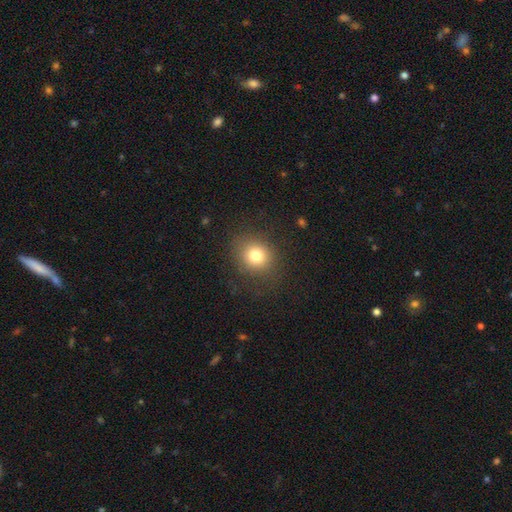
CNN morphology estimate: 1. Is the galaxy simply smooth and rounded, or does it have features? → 78% smooth, 13% star or artifact, 9% featured or disk.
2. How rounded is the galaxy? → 78% round, 21% in between, 1% cigar-shaped.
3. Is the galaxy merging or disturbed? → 84% none, 10% minor disturbance, 5% major disturbance, 1% merger.